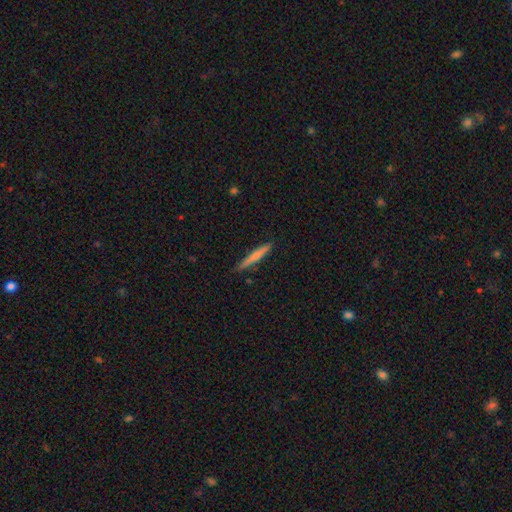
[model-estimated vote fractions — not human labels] Overall: smooth (61%; featured or disk 33%). How rounded: cigar-shaped (95%). Merging: none (86%).